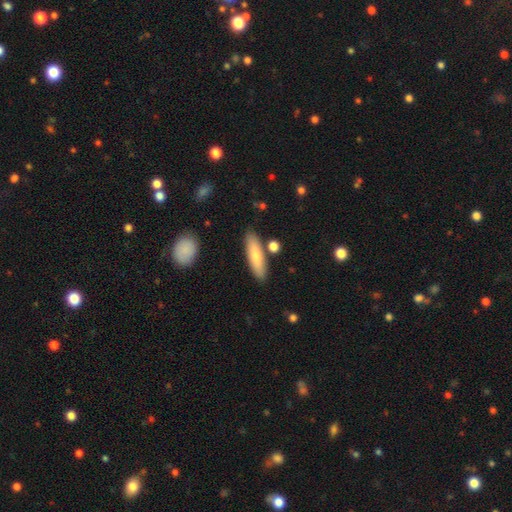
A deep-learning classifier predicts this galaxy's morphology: A smooth galaxy with no disk features (75%) that is cigar-shaped (68%). Merging: none (83%).